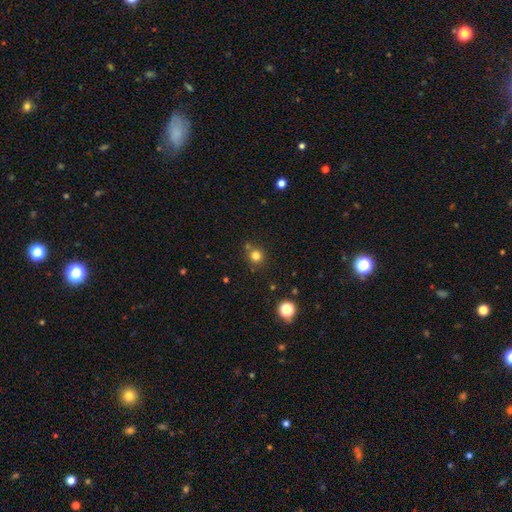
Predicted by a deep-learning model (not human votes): Morphology: type=smooth (79%); roundness=round (90%); merging=none (76%).